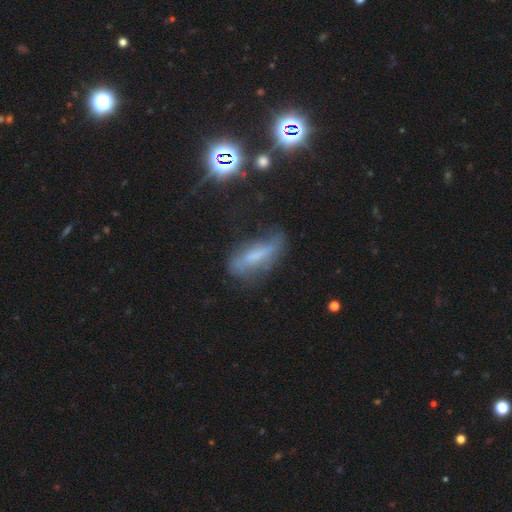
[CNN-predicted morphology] Smooth or featured? smooth (44%)
Merging? none (47%)